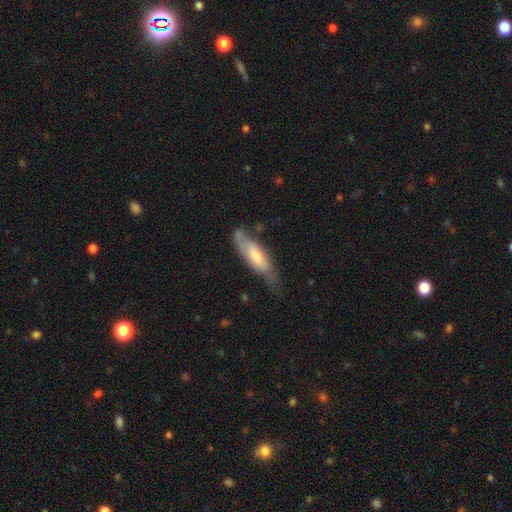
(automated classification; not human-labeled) Smooth or featured? Predicted: smooth (p=0.56). How rounded? Predicted: cigar-shaped (p=0.56). Merging? Predicted: none (p=0.53).